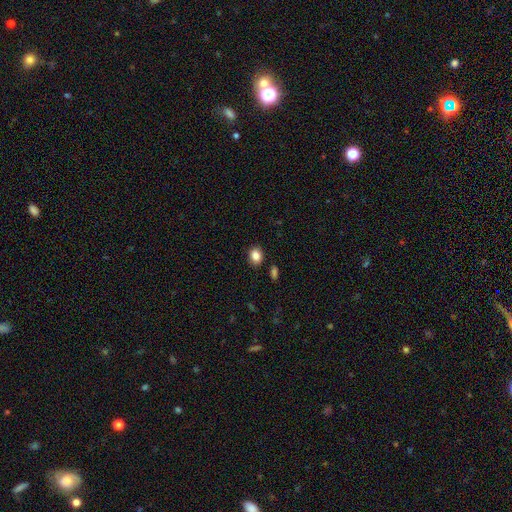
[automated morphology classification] A smooth galaxy with no disk features (85%) that is in between round and cigar-shaped (51%). Merging: none (87%).